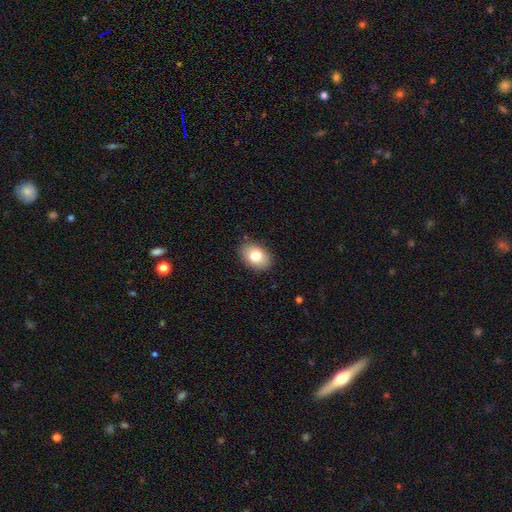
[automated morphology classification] Smooth or featured? smooth (80%)
How rounded? in between (82%)
Merging? none (87%)